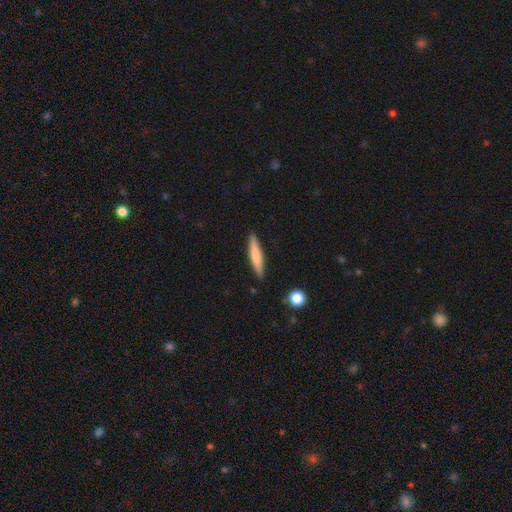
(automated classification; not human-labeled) Smooth or featured: smooth — 65% (featured or disk — 29%)
How rounded: cigar-shaped — 89% (in between — 9%)
Merging: none — 89% (minor disturbance — 8%)